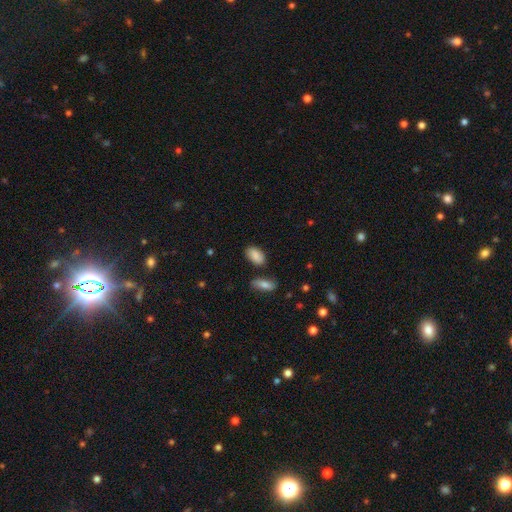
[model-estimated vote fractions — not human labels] Q: Smooth or featured?
A: smooth (86%); runner-up: star or artifact (7%)
Q: How rounded?
A: in between (92%); runner-up: round (5%)
Q: Merging?
A: none (79%); runner-up: minor disturbance (13%)